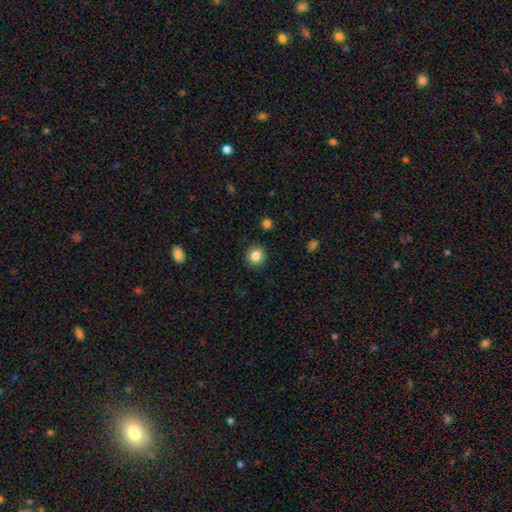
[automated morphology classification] Smooth or featured? Predicted: smooth (p=0.84). How rounded? Predicted: round (p=0.88). Merging? Predicted: none (p=0.91).